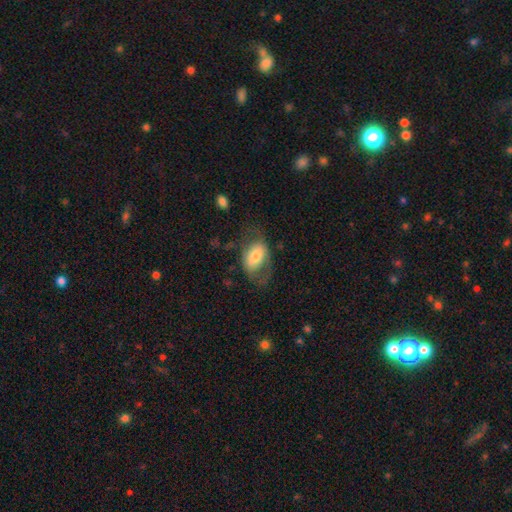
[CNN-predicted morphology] This appears to be a smooth galaxy with no disk features (57%) that is in between round and cigar-shaped (85%). Merging: none (49%).